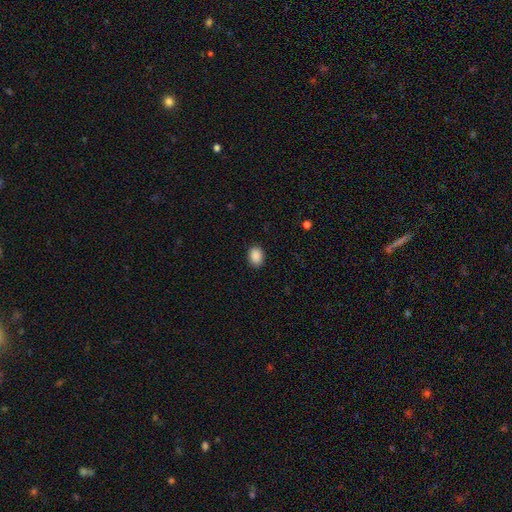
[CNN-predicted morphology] Smooth or featured? smooth (89%)
How rounded? in between (64%)
Merging? none (89%)